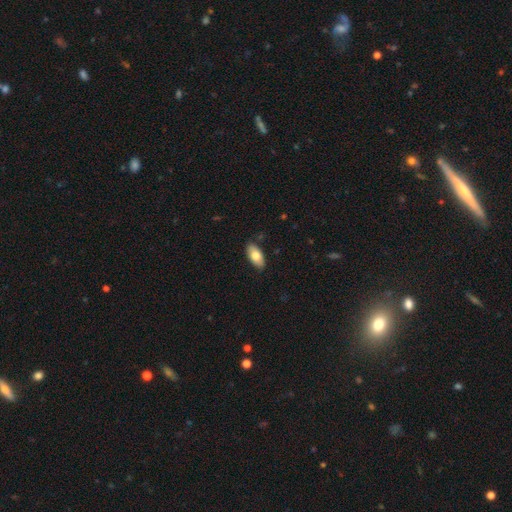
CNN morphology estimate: type=smooth (77%); roundness=in between (91%); merging=none (87%).